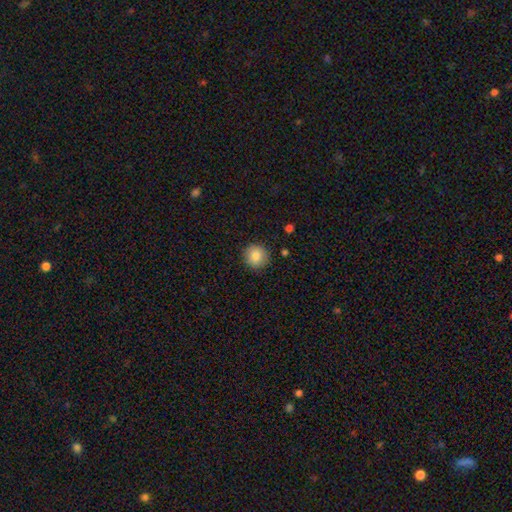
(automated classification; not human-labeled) A smooth galaxy with no disk features (86%) that is round (92%).

Vote fractions:
- Smooth or featured? smooth: 86% / star or artifact: 9% / featured or disk: 5%
- How rounded? round: 92% / in between: 7% / cigar-shaped: 1%
- Merging? none: 89% / minor disturbance: 7% / major disturbance: 2% / merger: 1%